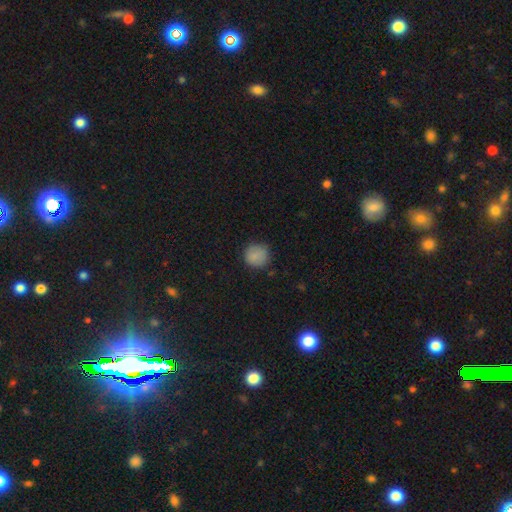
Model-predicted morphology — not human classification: A smooth galaxy with no disk features (85%) that is round (91%).

Vote fractions:
- Smooth or featured? smooth: 85% / star or artifact: 9% / featured or disk: 6%
- How rounded? round: 91% / in between: 8% / cigar-shaped: 1%
- Merging? none: 79% / minor disturbance: 16% / major disturbance: 4% / merger: 1%